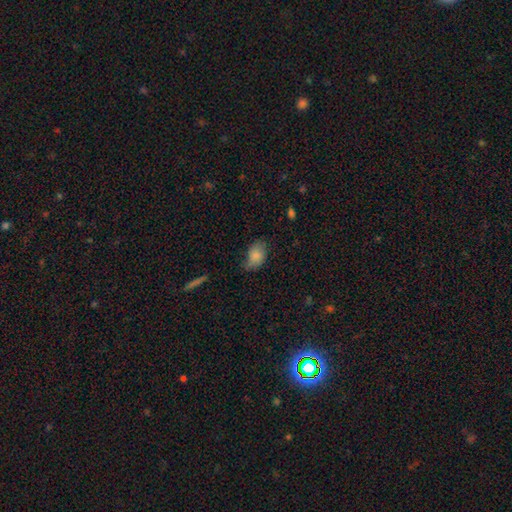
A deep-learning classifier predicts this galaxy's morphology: Smooth or featured? Predicted: smooth (p=0.83). How rounded? Predicted: in between (p=0.84). Merging? Predicted: none (p=0.55).